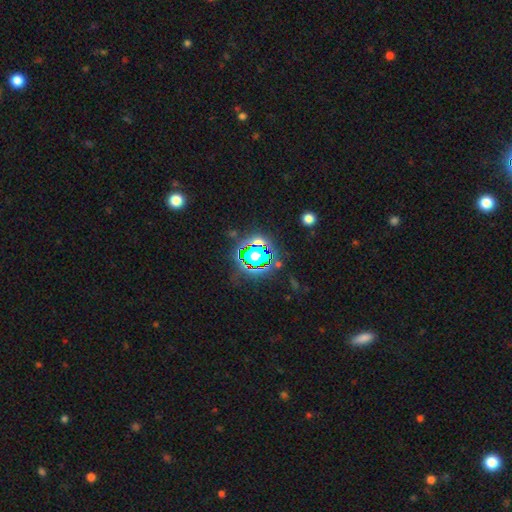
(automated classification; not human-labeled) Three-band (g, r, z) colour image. It shows a star or artifact, not a galaxy (63%).